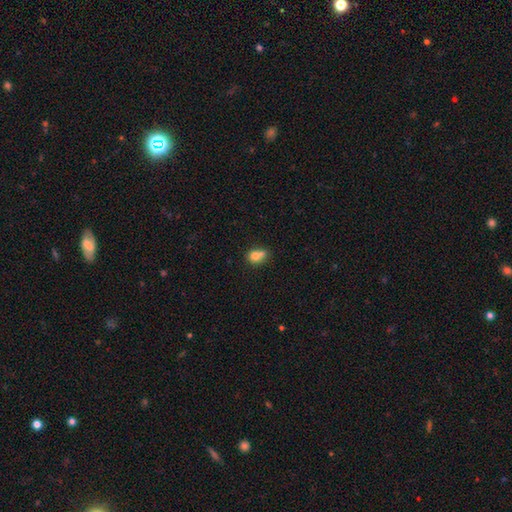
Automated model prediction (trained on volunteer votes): Morphology: type=smooth (75%); roundness=round (61%); merging=merger (50%).